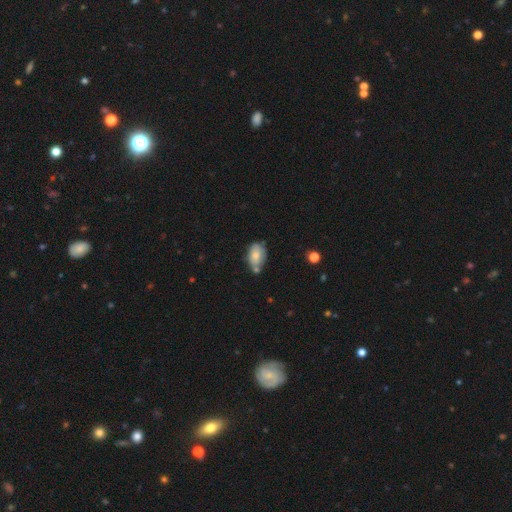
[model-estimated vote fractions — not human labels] Morphology: type=smooth (72%); roundness=in between (89%); merging=none (50%).